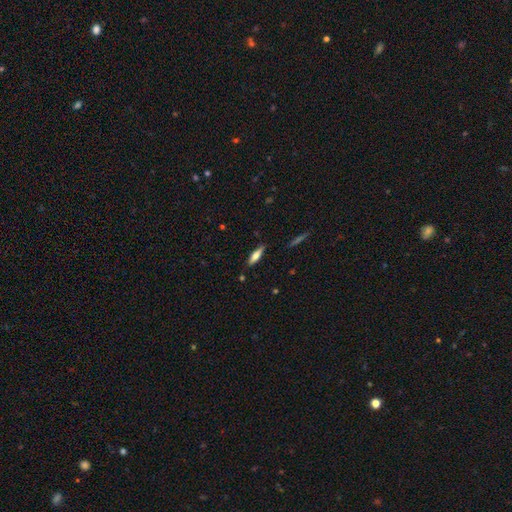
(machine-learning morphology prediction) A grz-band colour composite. It shows a smooth galaxy with no disk features (53%) that is cigar-shaped (64%). Merging: none (86%).